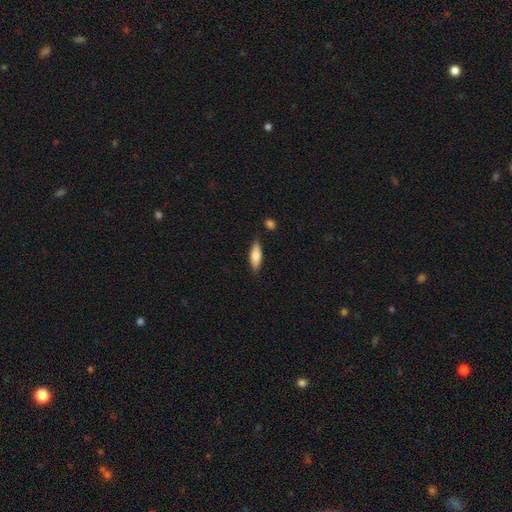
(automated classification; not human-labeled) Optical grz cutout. It shows a smooth galaxy with no disk features (76%) that is in between round and cigar-shaped (60%). Merging: none (81%).